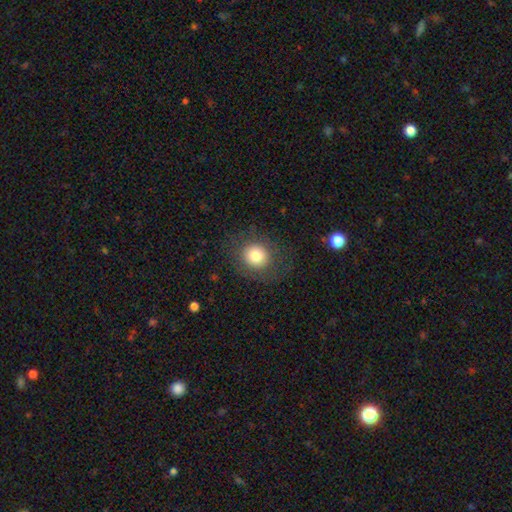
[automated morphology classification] The model was most divided on "smooth or featured": smooth: 79%, star or artifact: 11%, featured or disk: 10%. More confident: how rounded — round (85%); merging — none (83%).